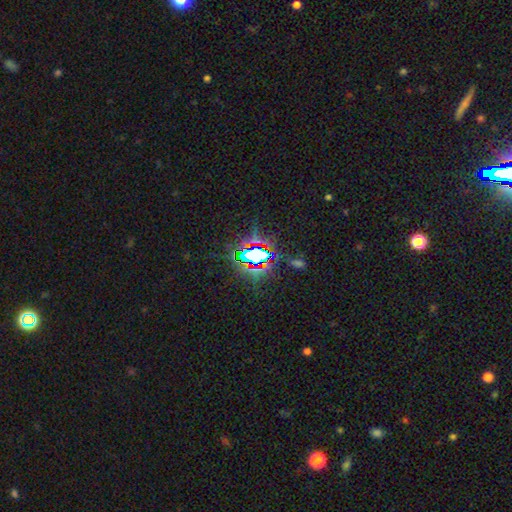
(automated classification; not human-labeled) smooth_or_featured: star or artifact (p=0.77) [alt: smooth p=0.13]